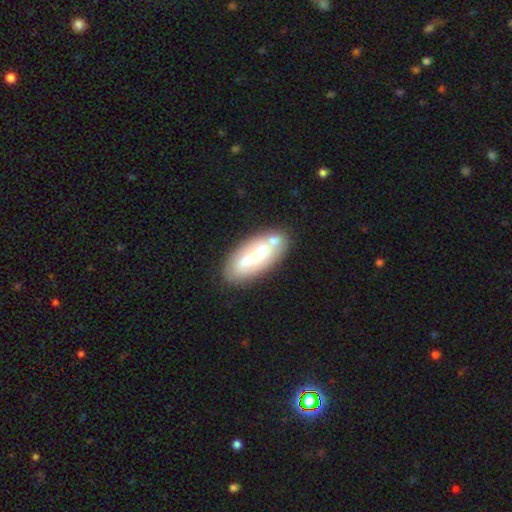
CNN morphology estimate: type=smooth (48%); merging=none (66%).